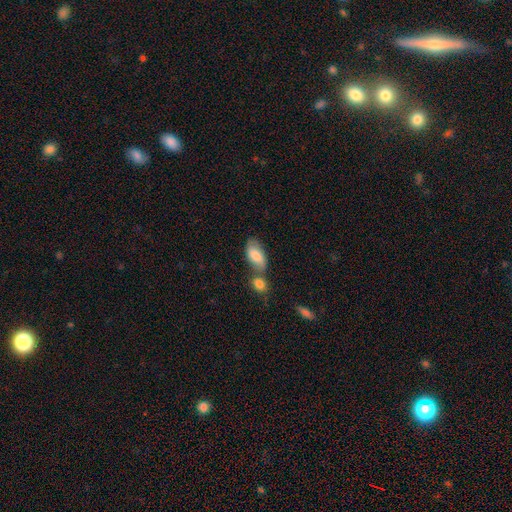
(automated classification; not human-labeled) Smooth or featured? Predicted: smooth (p=0.76). How rounded? Predicted: in between (p=0.92). Merging? Predicted: none (p=0.43).